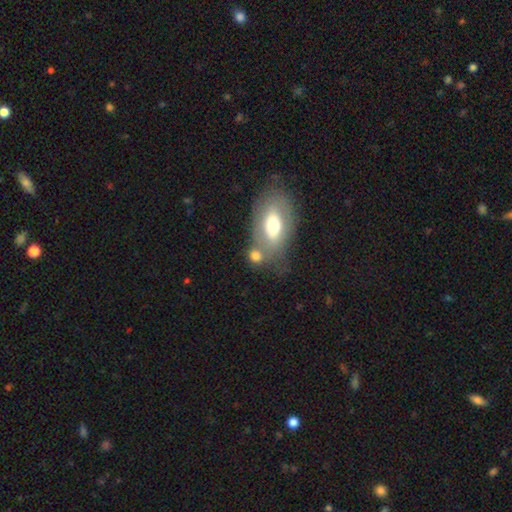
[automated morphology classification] smooth-or-featured: smooth: 69% | featured or disk: 20% | star or artifact: 11%
  how-rounded: in between: 51% | round: 45% | cigar-shaped: 4%
  merging: none: 48% | merger: 32% | minor disturbance: 13% | major disturbance: 7%